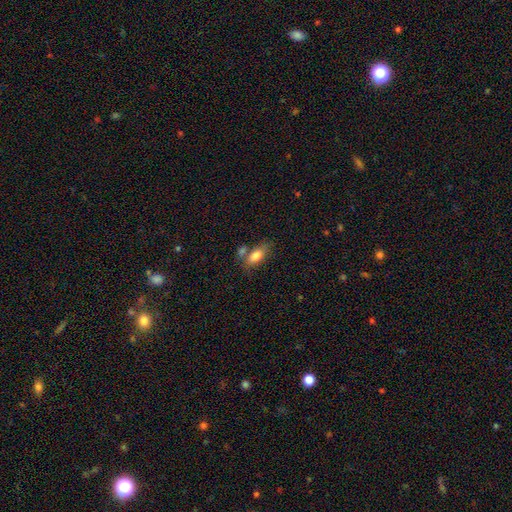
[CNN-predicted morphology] This appears to be a smooth galaxy with no disk features (80%) that is in between round and cigar-shaped (83%). Merging: none (53%).